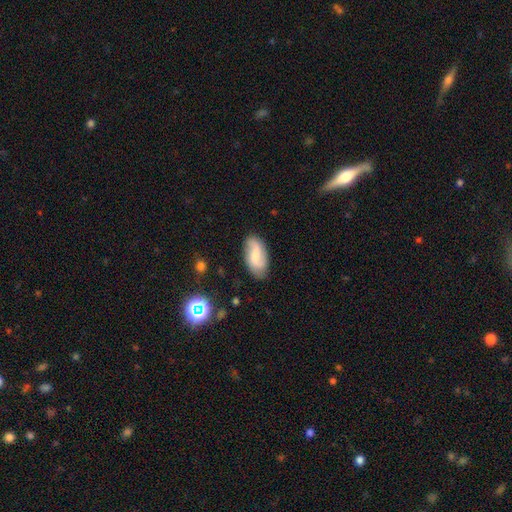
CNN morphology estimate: The model was most divided on "smooth or featured": smooth: 47%, featured or disk: 45%, star or artifact: 8%. More confident: merging — none (79%).